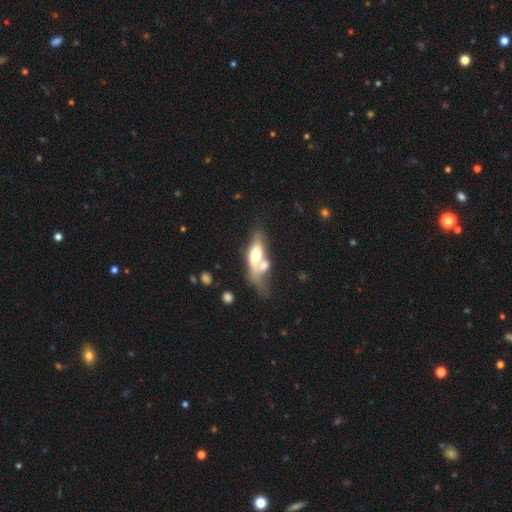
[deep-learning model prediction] Smooth or featured: smooth — 47% (featured or disk — 46%)
Merging: merger — 52% (none — 22%)